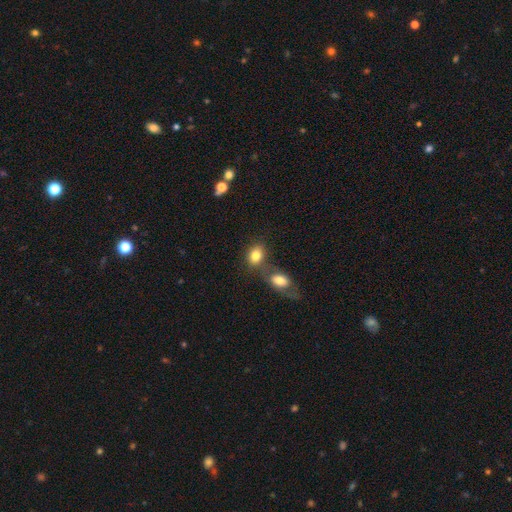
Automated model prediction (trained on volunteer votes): Smooth or featured? smooth (81%)
How rounded? in between (66%)
Merging? none (46%)